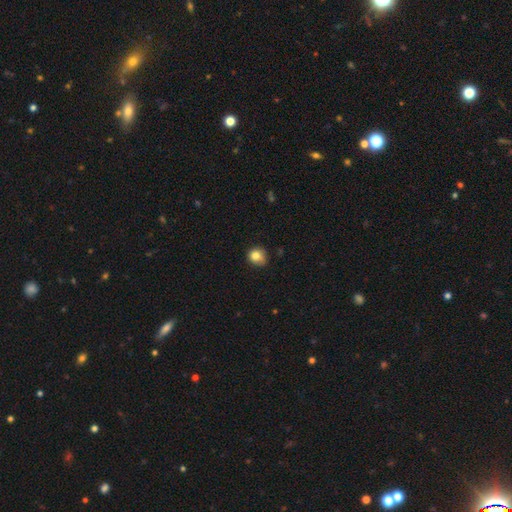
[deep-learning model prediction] Overall: smooth (80%). How rounded: round (77%). Merging: none (62%; minor disturbance 29%).